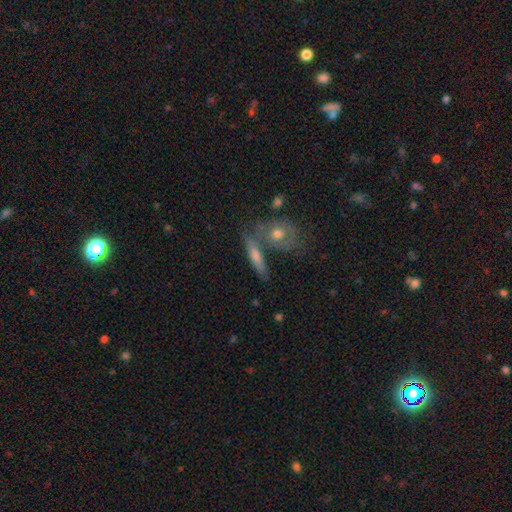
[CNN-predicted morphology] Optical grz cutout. It shows a smooth galaxy with no disk features (58%) that is cigar-shaped (59%). Merging: none (51%).